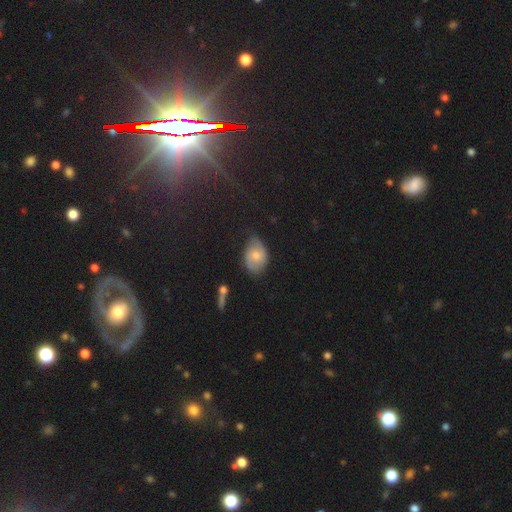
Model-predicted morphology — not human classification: A smooth galaxy with no disk features (62%) that is in between round and cigar-shaped (81%).

Vote fractions:
- Smooth or featured? smooth: 62% / featured or disk: 29% / star or artifact: 9%
- How rounded? in between: 81% / round: 17% / cigar-shaped: 1%
- Merging? none: 58% / minor disturbance: 33% / major disturbance: 7% / merger: 2%